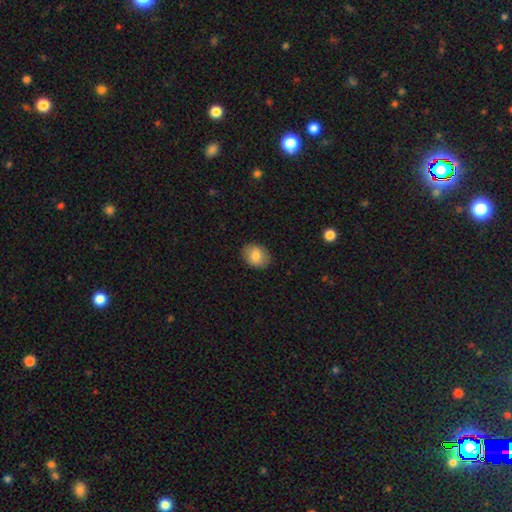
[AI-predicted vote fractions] Smooth or featured: smooth — 80% (featured or disk — 12%)
How rounded: in between — 54% (round — 45%)
Merging: none — 87% (minor disturbance — 10%)